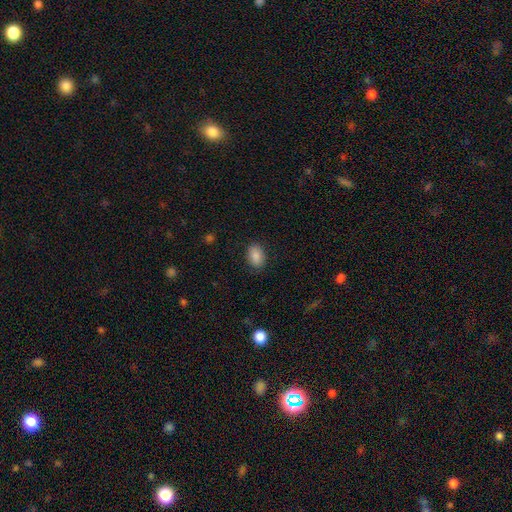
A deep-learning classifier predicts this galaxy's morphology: smooth-or-featured: smooth: 86% | star or artifact: 8% | featured or disk: 6%
  how-rounded: in between: 85% | round: 14% | cigar-shaped: 1%
  merging: none: 87% | minor disturbance: 9% | major disturbance: 3% | merger: 1%